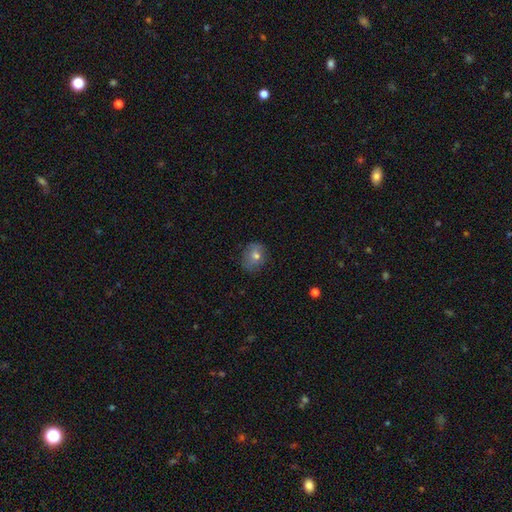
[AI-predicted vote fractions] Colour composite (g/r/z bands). It shows a smooth galaxy with no disk features (70%) that is round (59%). Merging: none (67%).